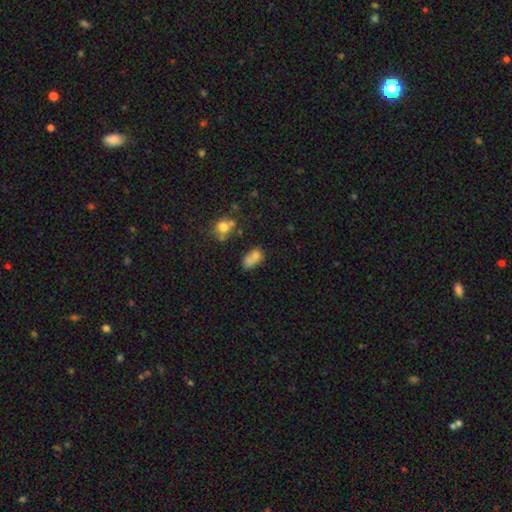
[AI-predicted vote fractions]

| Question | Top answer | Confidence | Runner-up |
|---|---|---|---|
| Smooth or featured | smooth | 69% | featured or disk (17%) |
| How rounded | in between | 75% | round (22%) |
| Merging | merger | 45% | none (31%) |